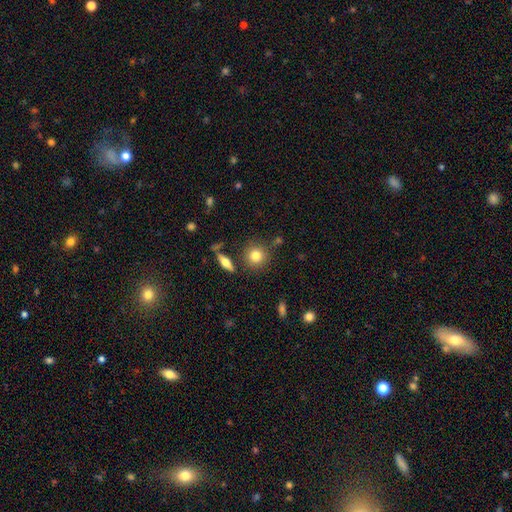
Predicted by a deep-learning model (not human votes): The model was most divided on "smooth or featured": smooth: 81%, featured or disk: 10%, star or artifact: 9%. More confident: how rounded — round (88%); merging — none (81%).